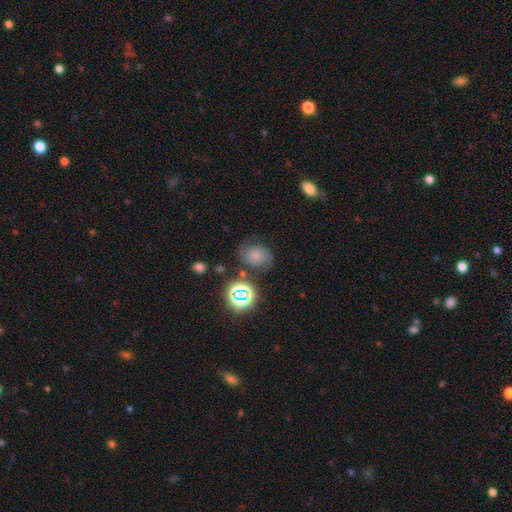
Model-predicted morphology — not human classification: Smooth or featured? Predicted: smooth (p=0.44). Merging? Predicted: none (p=0.64).